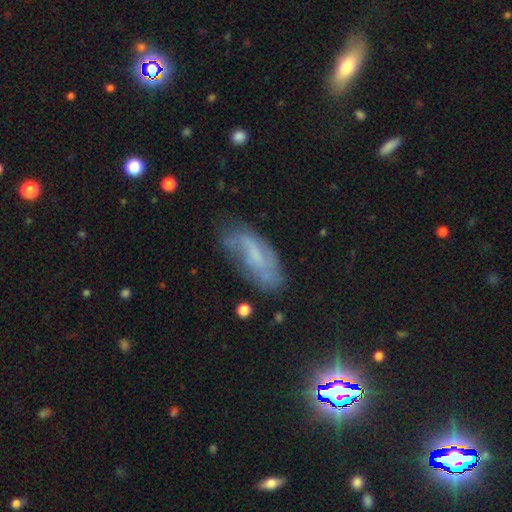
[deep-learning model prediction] Overall: featured or disk (47%; smooth 39%). Merging: none (55%; minor disturbance 28%).